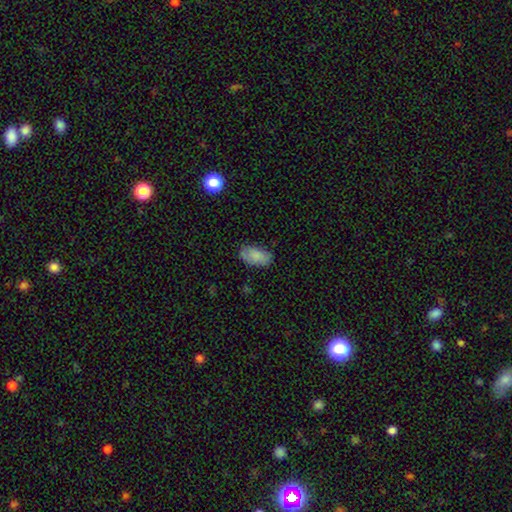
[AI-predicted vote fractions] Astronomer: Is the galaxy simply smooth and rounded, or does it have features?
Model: smooth — 83%.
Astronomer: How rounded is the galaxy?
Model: in between — 94%.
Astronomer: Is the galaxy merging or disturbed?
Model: none — 77%.